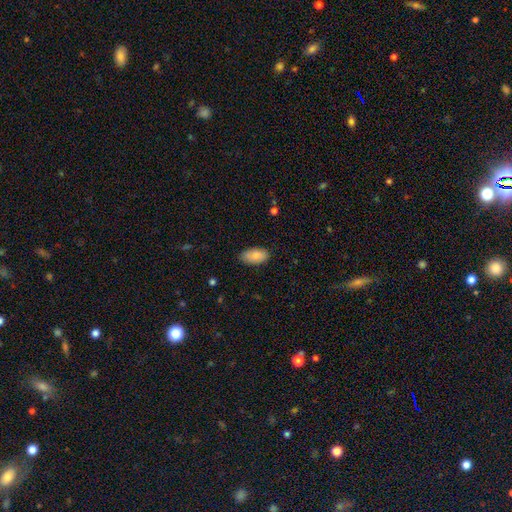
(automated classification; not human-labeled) smooth_or_featured: smooth (p=0.82) [alt: featured or disk p=0.12]
how_rounded: in between (p=0.94) [alt: round p=0.03]
merging: none (p=0.81) [alt: minor disturbance p=0.15]